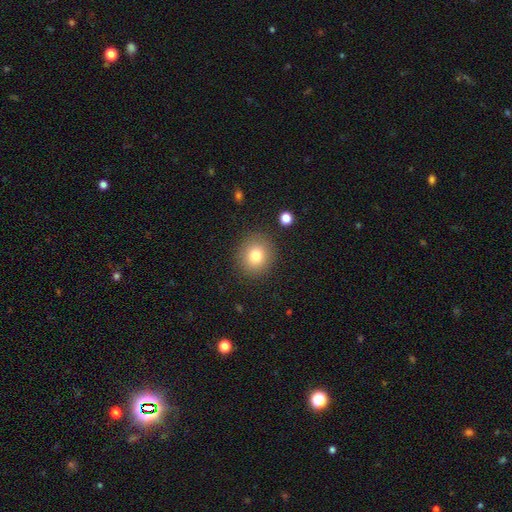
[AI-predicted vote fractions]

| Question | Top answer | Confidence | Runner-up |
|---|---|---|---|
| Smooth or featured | smooth | 79% | star or artifact (11%) |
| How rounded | round | 82% | in between (17%) |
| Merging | none | 88% | minor disturbance (8%) |